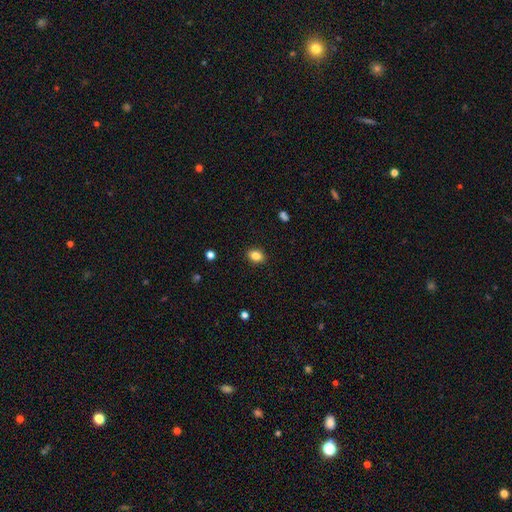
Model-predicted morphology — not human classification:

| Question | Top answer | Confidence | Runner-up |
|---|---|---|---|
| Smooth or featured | smooth | 84% | star or artifact (9%) |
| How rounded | in between | 70% | round (29%) |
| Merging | none | 89% | minor disturbance (7%) |